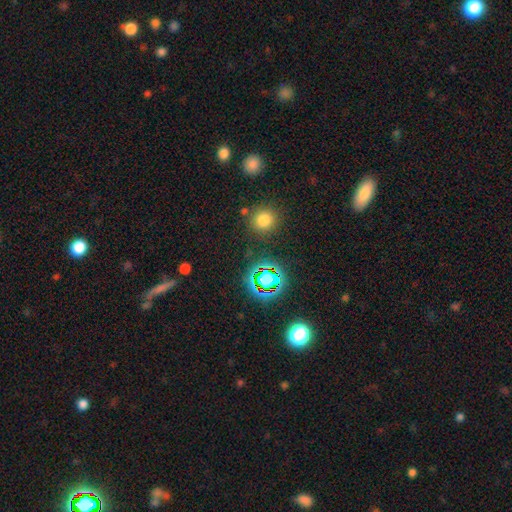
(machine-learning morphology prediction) star or artifact 58%, smooth 33%, featured or disk 8%.